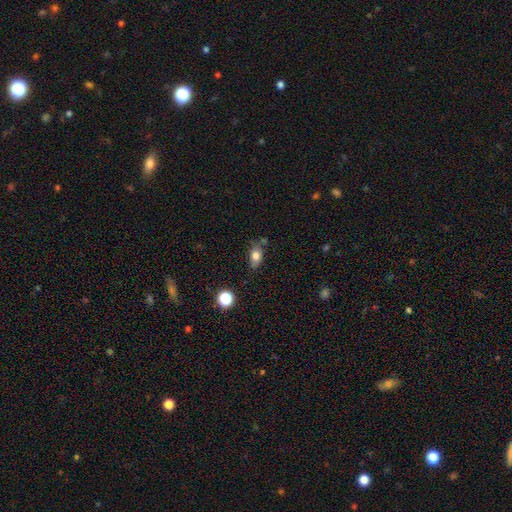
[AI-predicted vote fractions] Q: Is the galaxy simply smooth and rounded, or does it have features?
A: smooth — 77%.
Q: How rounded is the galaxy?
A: in between — 80%.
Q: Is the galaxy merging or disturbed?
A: none — 66%.